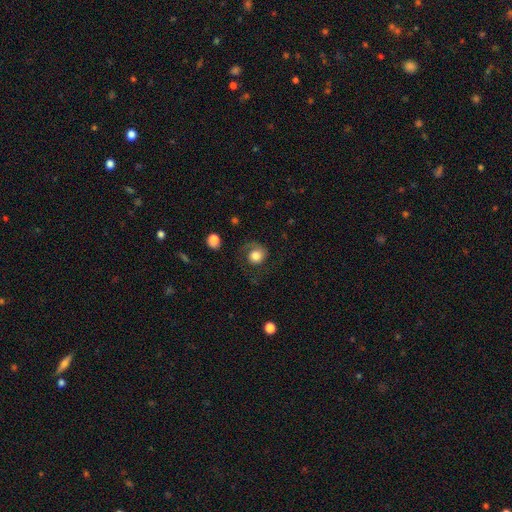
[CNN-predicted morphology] Smooth or featured? smooth (65%)
How rounded? round (80%)
Merging? none (52%)